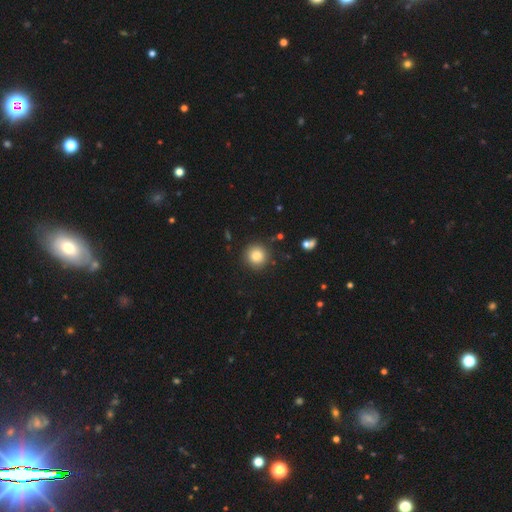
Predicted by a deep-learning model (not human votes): This appears to be a smooth galaxy with no disk features (83%) that is round (93%). Merging: none (88%).